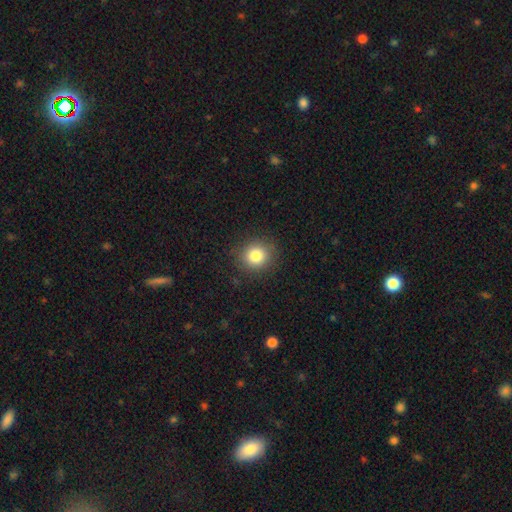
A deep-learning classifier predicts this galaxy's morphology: Smooth or featured: smooth — 82% (star or artifact — 11%)
How rounded: round — 85% (in between — 14%)
Merging: none — 89% (minor disturbance — 8%)